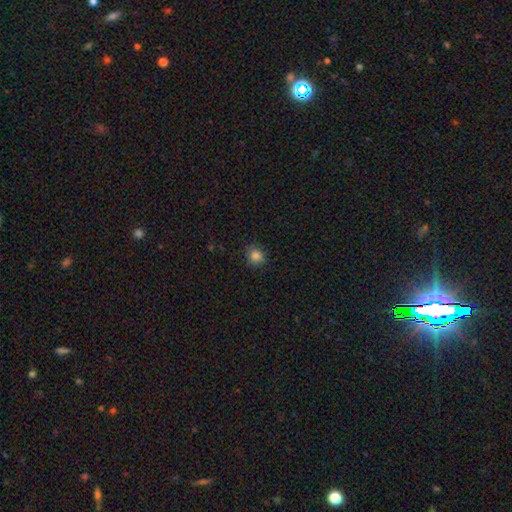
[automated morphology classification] Smooth or featured? Predicted: smooth (p=0.84). How rounded? Predicted: round (p=0.81). Merging? Predicted: none (p=0.87).